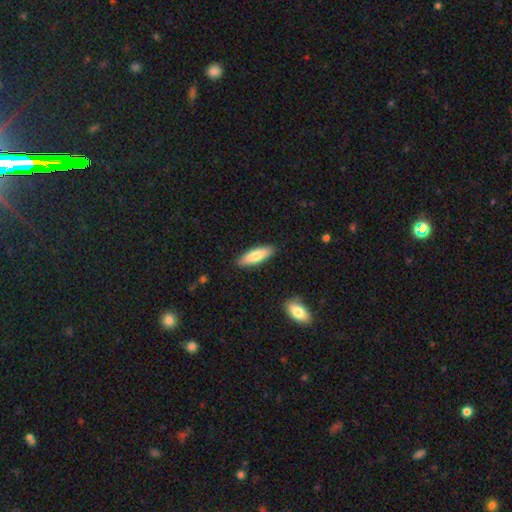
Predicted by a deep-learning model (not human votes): Smooth or featured: smooth — 79% (featured or disk — 16%)
How rounded: in between — 52% (cigar-shaped — 46%)
Merging: none — 88% (minor disturbance — 8%)